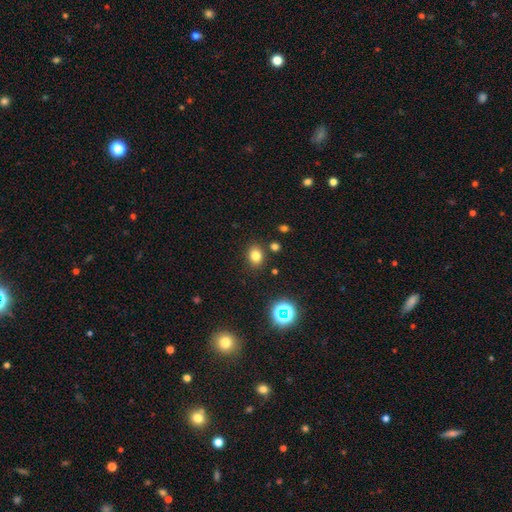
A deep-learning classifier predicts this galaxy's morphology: This appears to be a smooth galaxy with no disk features (78%) that is in between round and cigar-shaped (52%). Merging: none (85%).